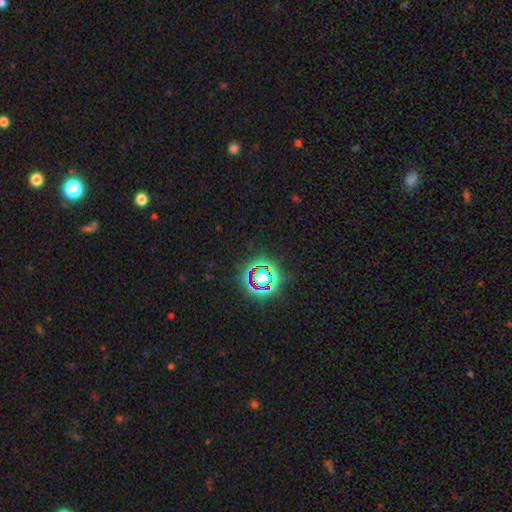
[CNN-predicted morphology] This is likely a star or artifact rather than a galaxy (77%).